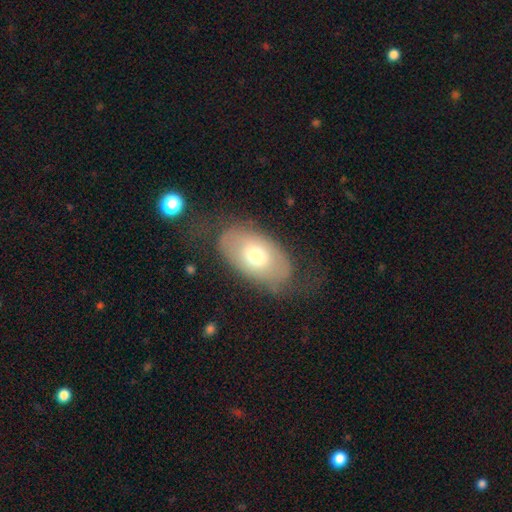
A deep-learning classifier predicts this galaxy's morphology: A smooth galaxy with no disk features (59%) that is in between round and cigar-shaped (92%). Merging: none (62%).